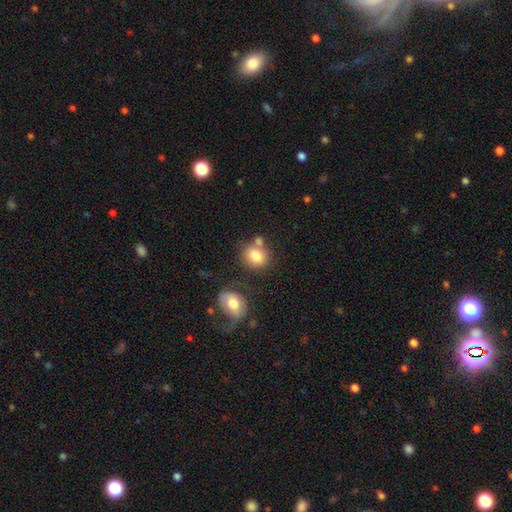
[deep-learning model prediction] Smooth or featured? smooth (81%)
How rounded? round (68%)
Merging? none (59%)